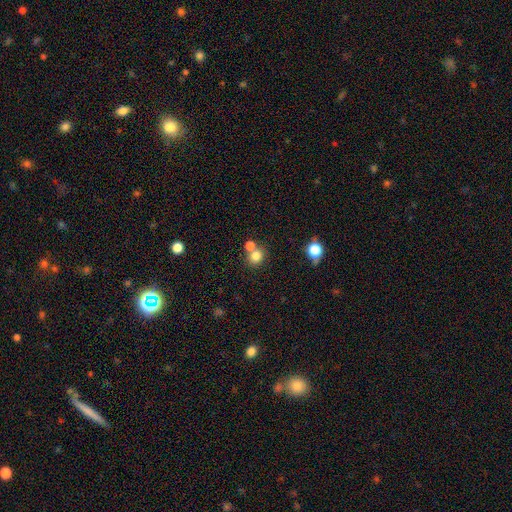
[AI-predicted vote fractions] A smooth galaxy with no disk features (79%) that is round (81%). Merging: none (59%).